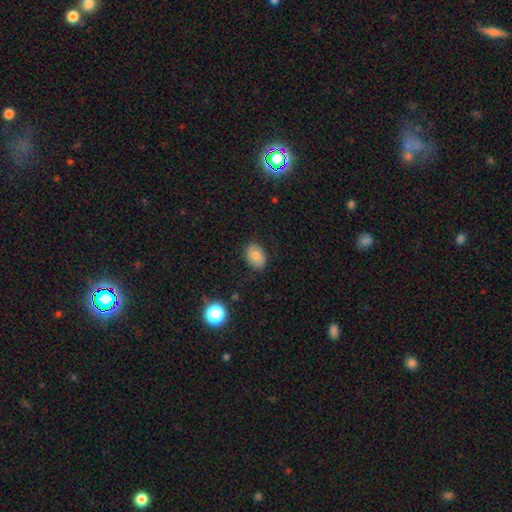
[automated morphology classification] The model was most divided on "how rounded": in between: 77%, round: 22%, cigar-shaped: 1%. More confident: merging — none (83%); smooth or featured — smooth (76%).